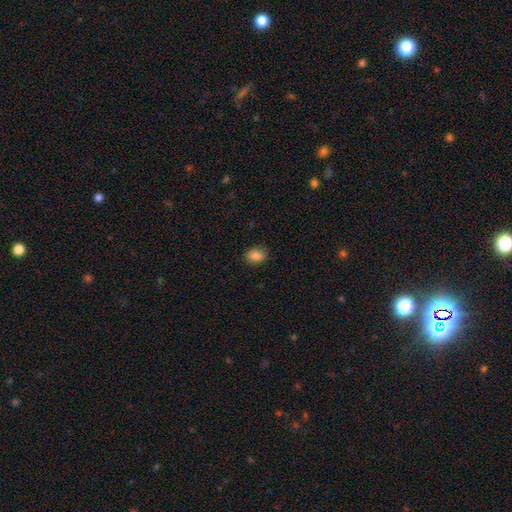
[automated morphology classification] This is clearly a smooth galaxy (87%). How rounded: likely in between (75%). Merging: clearly none (86%).